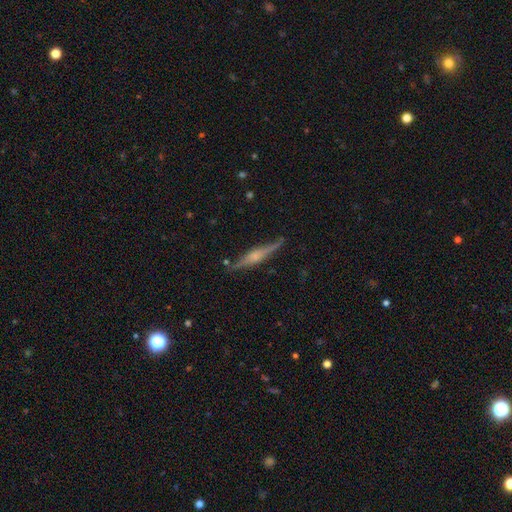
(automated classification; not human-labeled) Smooth or featured? Predicted: featured or disk (p=0.75). Edge-on disk? Predicted: yes (p=0.97). Edge-on bulge? Predicted: rounded (p=0.75). Merging? Predicted: none (p=0.84).